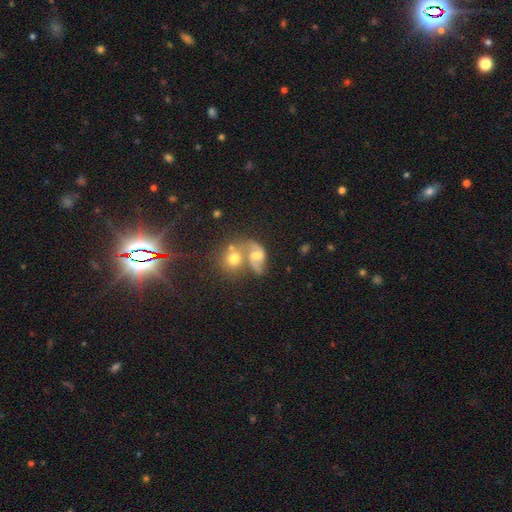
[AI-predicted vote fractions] A featured or disk galaxy (61%) with no bar (57%), spiral arms (82%) and a moderate central bulge (58%).

Vote fractions:
- Smooth or featured? featured or disk: 61% / smooth: 24% / star or artifact: 15%
- Edge-on disk? no: 96% / yes: 4%
- Bar? no: 57% / weak: 33% / strong: 10%
- Spiral arms? yes: 82% / no: 18%
- Bulge size? moderate: 58% / small: 23% / large: 11% / none: 5% / dominant: 2%
- Merging? merger: 54% / none: 25% / major disturbance: 11% / minor disturbance: 11%